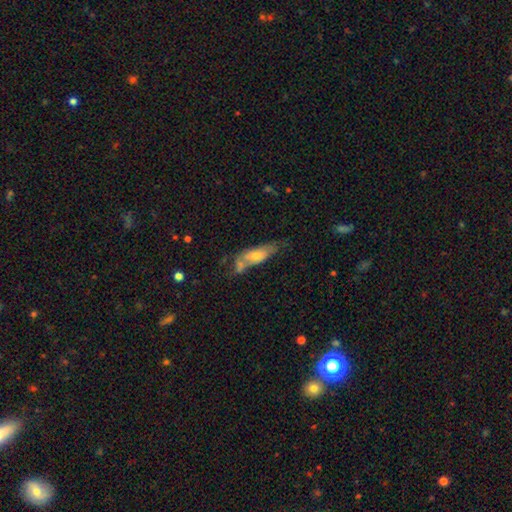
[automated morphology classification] type=smooth (55%); roundness=in between (63%); merging=none (32%).